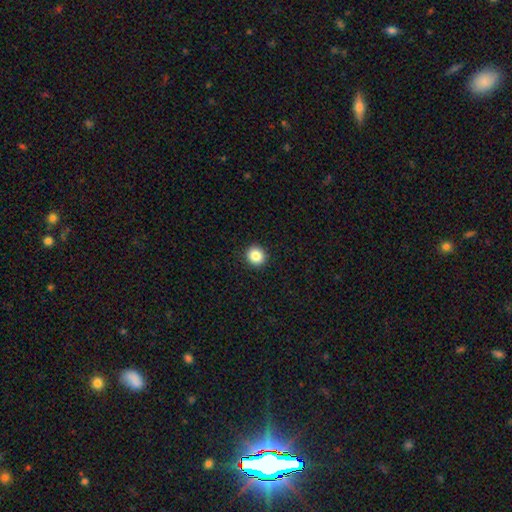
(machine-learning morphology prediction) type=smooth (86%); roundness=round (91%); merging=none (93%).